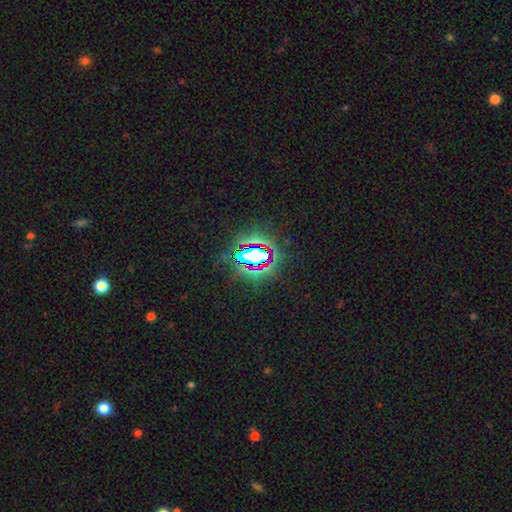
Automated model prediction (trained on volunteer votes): Q: Smooth or featured?
A: star or artifact (70%); runner-up: smooth (18%)